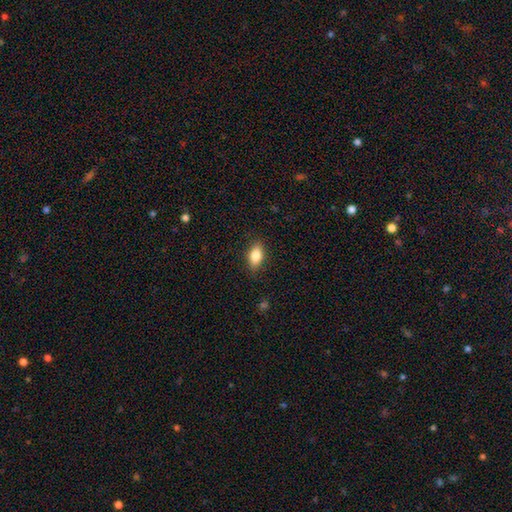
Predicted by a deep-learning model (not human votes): This is clearly a smooth galaxy (82%). How rounded: clearly in between (88%). Merging: clearly none (87%).